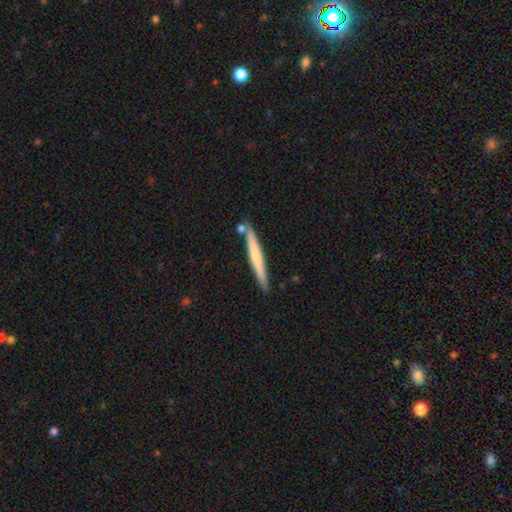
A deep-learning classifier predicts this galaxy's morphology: smooth_or_featured: smooth (p=0.56) [alt: featured or disk p=0.39]
how_rounded: cigar-shaped (p=0.97) [alt: in between p=0.02]
merging: none (p=0.82) [alt: minor disturbance p=0.10]